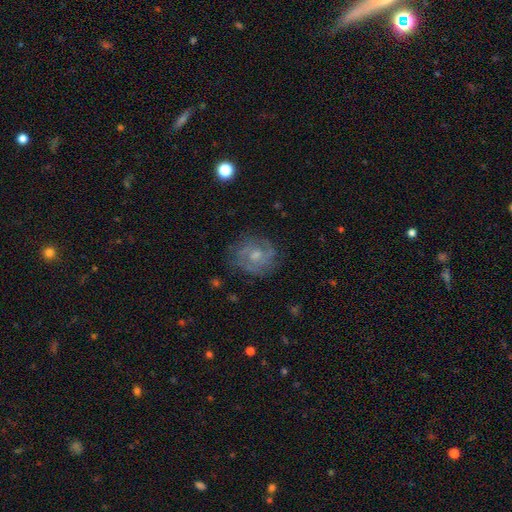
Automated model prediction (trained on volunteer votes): smooth-or-featured: featured or disk: 65% | smooth: 26% | star or artifact: 9%
  disk-edge-on: no: 97% | yes: 3%
    bar: no: 67% | weak: 29% | strong: 4%
    has-spiral-arms: yes: 80% | no: 20%
      spiral-winding: tight: 50% | medium: 38% | loose: 12%
      spiral-arm-count: 2: 42% | can't tell: 34% | 3: 12% | 1: 5% | 4: 4% | more than 4: 3%
    bulge-size: moderate: 48% | small: 43% | none: 5% | large: 3% | dominant: 1%
  merging: none: 72% | minor disturbance: 19% | major disturbance: 8% | merger: 1%